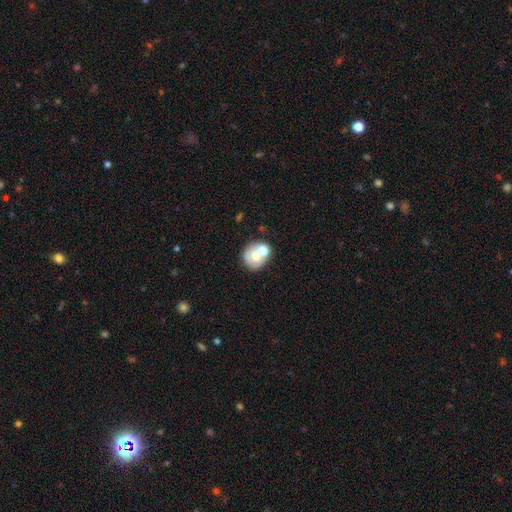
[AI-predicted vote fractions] This appears to be a smooth galaxy with no disk features (58%) that is round (74%). Merging: none (45%).